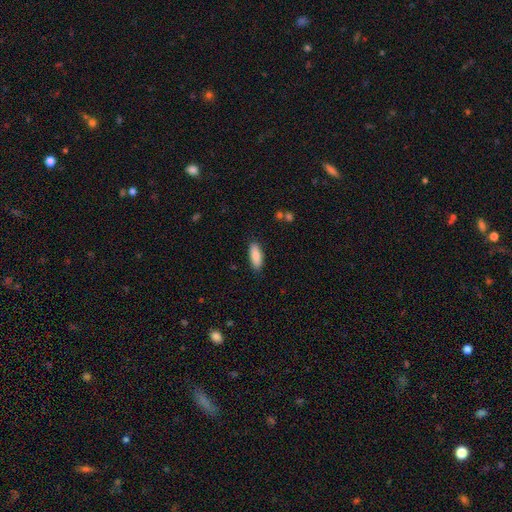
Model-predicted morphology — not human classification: Smooth or featured? Predicted: smooth (p=0.84). How rounded? Predicted: in between (p=0.73). Merging? Predicted: none (p=0.87).